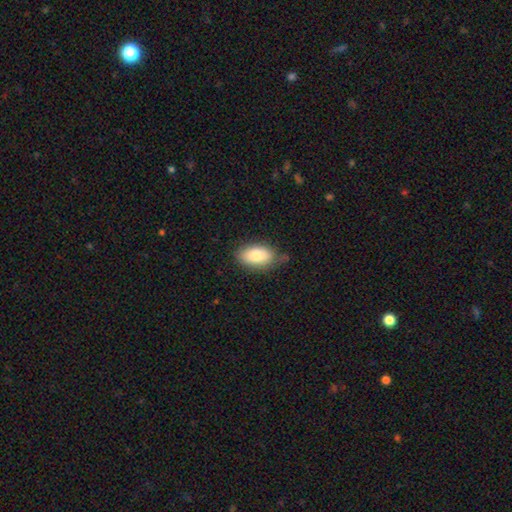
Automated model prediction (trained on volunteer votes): A smooth galaxy with no disk features (83%) that is in between round and cigar-shaped (93%). Merging: none (70%).